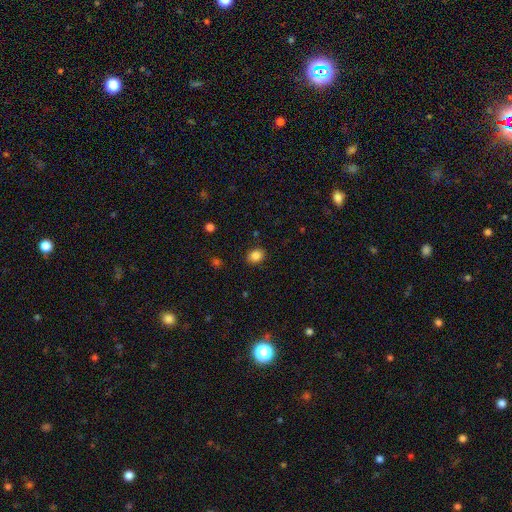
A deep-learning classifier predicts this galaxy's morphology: The model was most divided on "how rounded": in between: 54%, round: 45%, cigar-shaped: 1%. More confident: merging — none (88%); smooth or featured — smooth (86%).